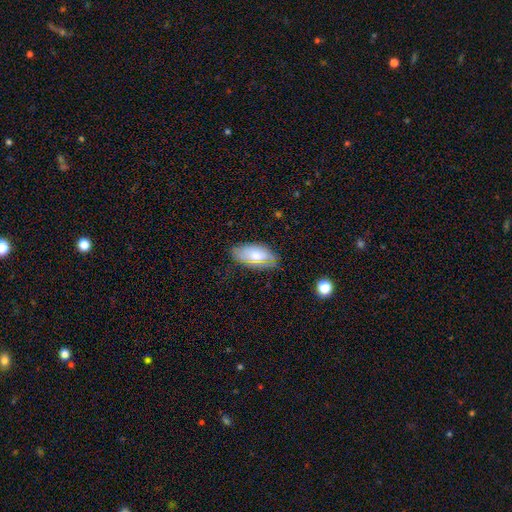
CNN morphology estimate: Smooth or featured? Predicted: smooth (p=0.71). How rounded? Predicted: in between (p=0.92). Merging? Predicted: none (p=0.79).